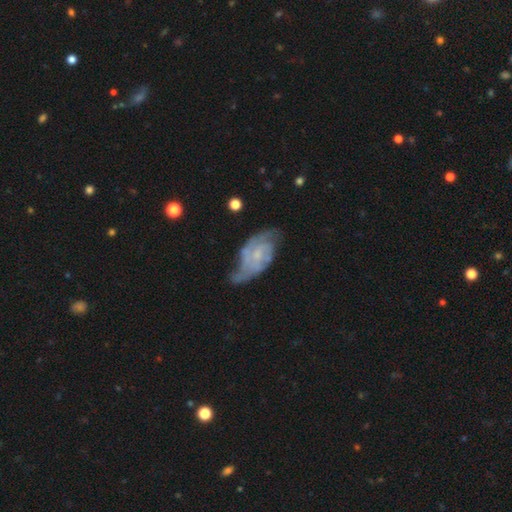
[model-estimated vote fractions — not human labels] Smooth or featured?
  - featured or disk: 78% *
  - smooth: 15%
  - star or artifact: 7%
Edge-on disk?
  - no: 96% *
  - yes: 4%
Bar?
  - no: 57% *
  - weak: 36%
  - strong: 7%
Spiral arms?
  - yes: 90% *
  - no: 10%
Spiral winding?
  - medium: 42% *
  - tight: 40%
  - loose: 18%
Spiral arm count?
  - 2: 56% *
  - can't tell: 22%
  - 3: 12%
  - 1: 4%
  - 4: 3%
  - more than 4: 3%
Bulge size?
  - small: 55% *
  - none: 25%
  - moderate: 17%
  - large: 2%
  - dominant: 1%
Merging?
  - none: 46% *
  - minor disturbance: 31%
  - major disturbance: 19%
  - merger: 4%